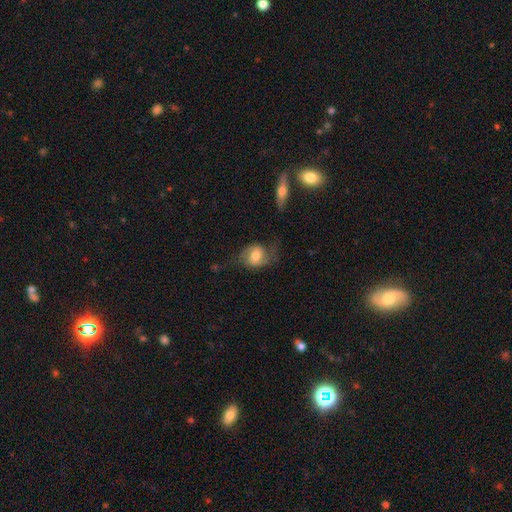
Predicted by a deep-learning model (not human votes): This appears to be a smooth galaxy with no disk features (48%). Merging: none (56%).